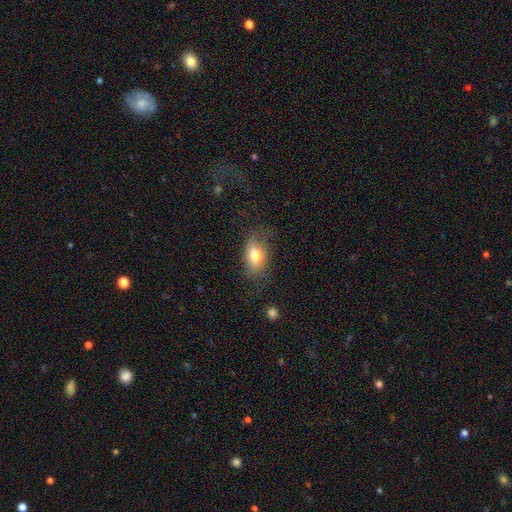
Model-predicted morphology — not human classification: The model was most divided on "merging": none: 64%, minor disturbance: 23%, major disturbance: 11%, merger: 2%. More confident: how rounded — in between (86%); smooth or featured — smooth (74%).